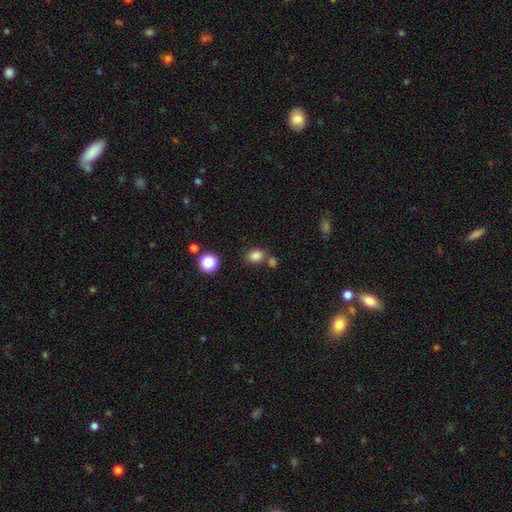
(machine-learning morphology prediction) smooth_or_featured: smooth (p=0.82) [alt: star or artifact p=0.13]
how_rounded: in between (p=0.58) [alt: round p=0.41]
merging: none (p=0.65) [alt: merger p=0.20]